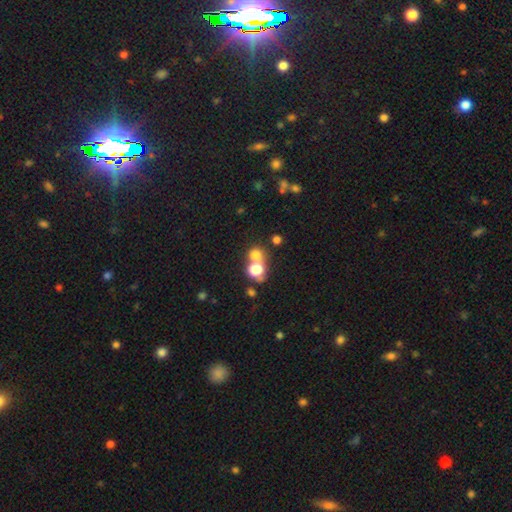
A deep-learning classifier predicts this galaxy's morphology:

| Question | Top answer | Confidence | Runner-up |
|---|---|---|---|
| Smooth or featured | smooth | 69% | star or artifact (17%) |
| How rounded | round | 76% | in between (23%) |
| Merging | merger | 50% | none (37%) |